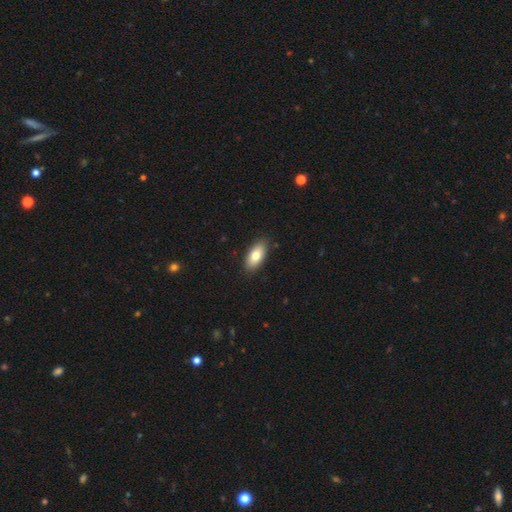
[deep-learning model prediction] The model was most divided on "smooth or featured": smooth: 81%, featured or disk: 13%, star or artifact: 7%. More confident: how rounded — in between (91%); merging — none (87%).